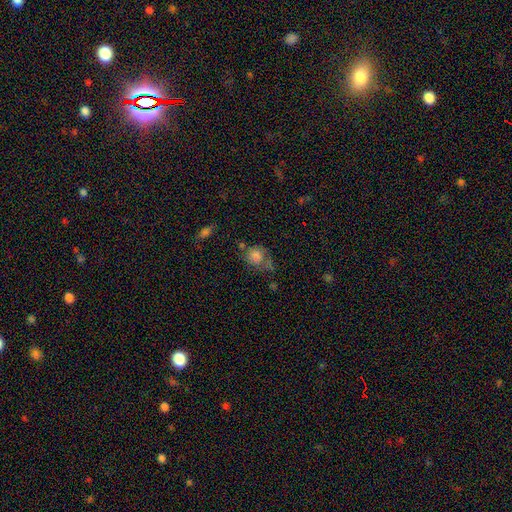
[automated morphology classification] Smooth or featured?
  - smooth: 73% *
  - featured or disk: 15%
  - star or artifact: 13%
How rounded?
  - round: 68% *
  - in between: 31%
  - cigar-shaped: 1%
Merging?
  - none: 49% *
  - minor disturbance: 25%
  - merger: 14%
  - major disturbance: 13%